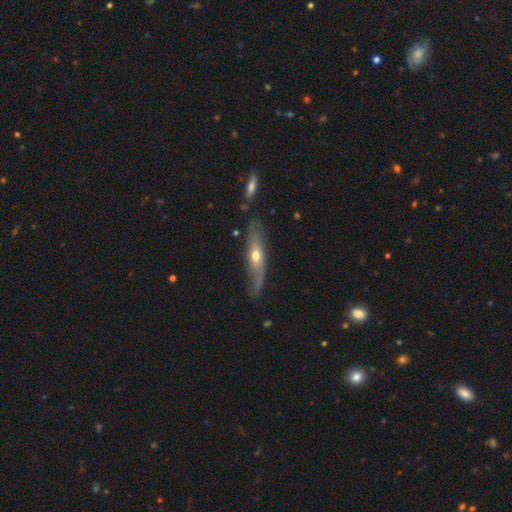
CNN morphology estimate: Overall: featured or disk (60%; smooth 35%). Edge-on disk: yes (55%; no 45%). Merging: none (72%).